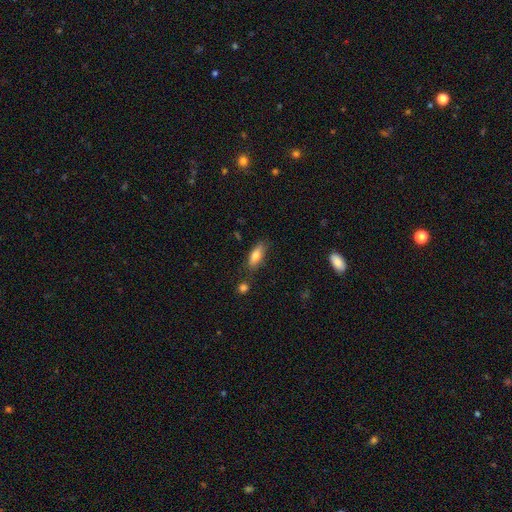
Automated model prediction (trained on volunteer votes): Morphology: type=smooth (76%); roundness=in between (73%); merging=none (78%).